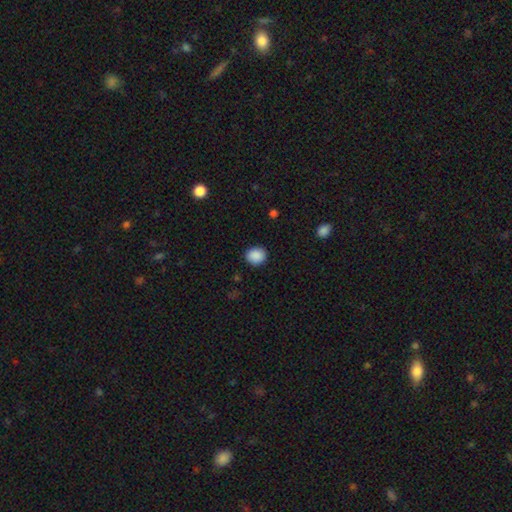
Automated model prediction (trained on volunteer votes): This is clearly a smooth galaxy (89%). How rounded: likely round (75%). Merging: clearly none (89%).